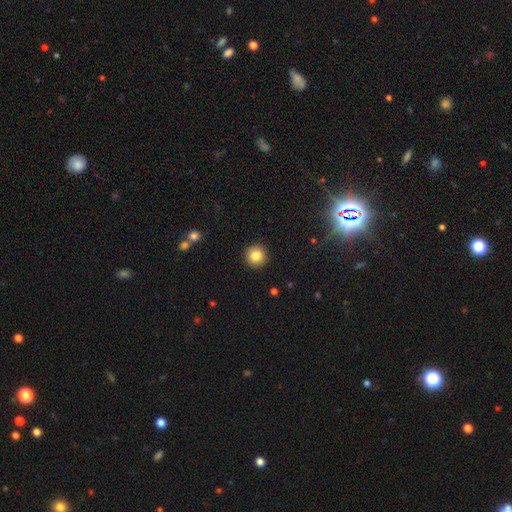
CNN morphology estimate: The model was most divided on "smooth or featured": smooth: 83%, star or artifact: 10%, featured or disk: 7%. More confident: how rounded — round (94%); merging — none (93%).